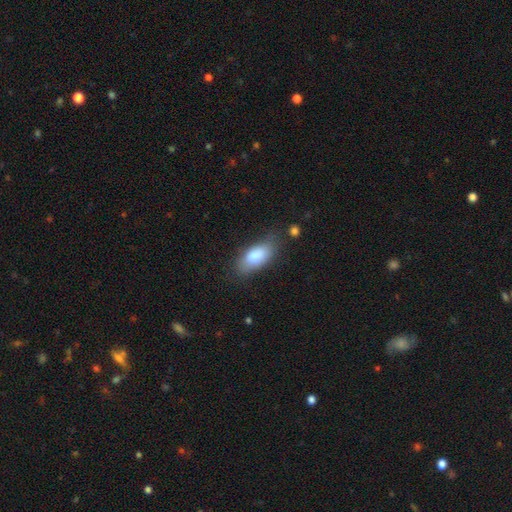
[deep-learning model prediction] The model was most divided on "merging": none: 69%, minor disturbance: 21%, major disturbance: 6%, merger: 3%. More confident: how rounded — in between (88%); smooth or featured — smooth (84%).